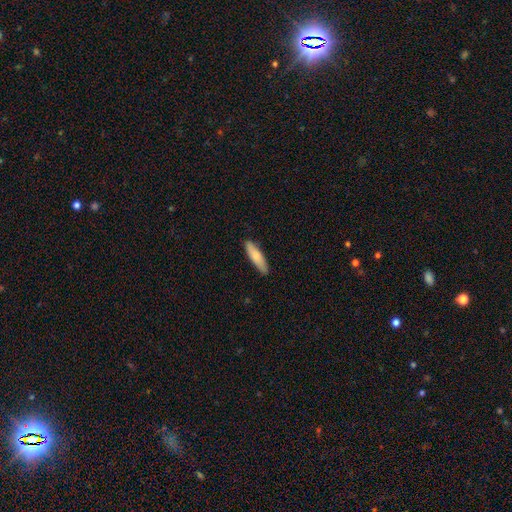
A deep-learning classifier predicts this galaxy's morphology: Smooth or featured?
  - smooth: 76% *
  - featured or disk: 19%
  - star or artifact: 5%
How rounded?
  - cigar-shaped: 71% *
  - in between: 27%
  - round: 2%
Merging?
  - none: 87% *
  - minor disturbance: 10%
  - major disturbance: 2%
  - merger: 1%